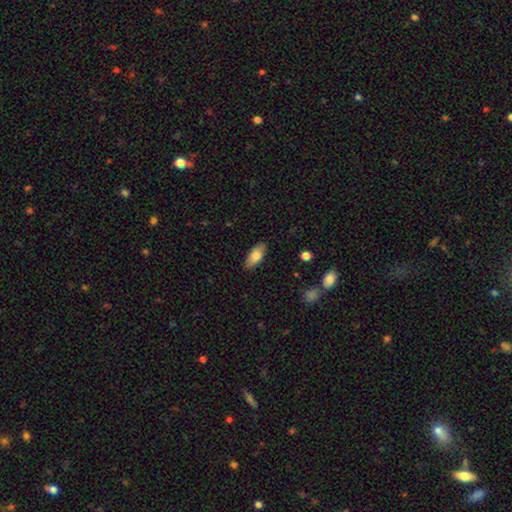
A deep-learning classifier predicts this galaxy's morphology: smooth 82%, featured or disk 11%, star or artifact 7%. Down the decision tree: how rounded — in between (86%); merging — none (85%).